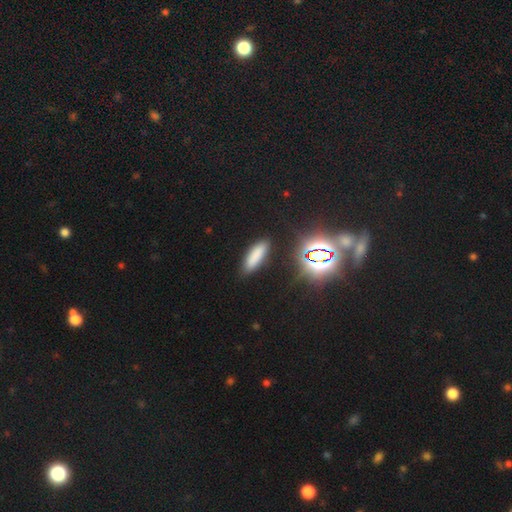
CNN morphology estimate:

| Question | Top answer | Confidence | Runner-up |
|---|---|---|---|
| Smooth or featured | smooth | 76% | star or artifact (16%) |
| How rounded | cigar-shaped | 49% | in between (48%) |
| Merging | none | 85% | minor disturbance (10%) |